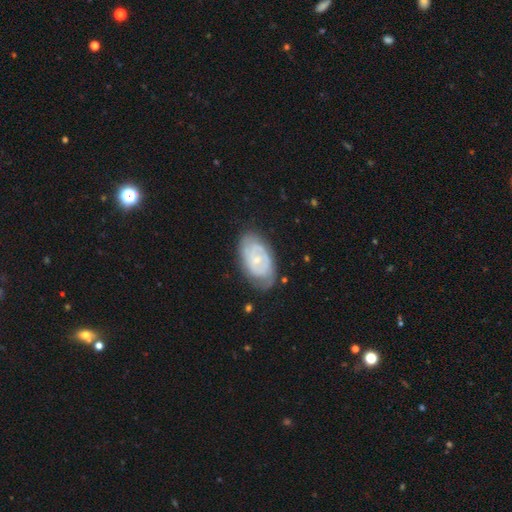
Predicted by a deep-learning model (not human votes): Overall: featured or disk (67%). Edge-on disk: no (95%). Bar: no (66%; weak 27%). Spiral arms: yes (83%). Spiral arm count: 2 (42%; can't tell 39%). Spiral winding: tight (68%). Bulge size: small (69%). Merging: none (75%).